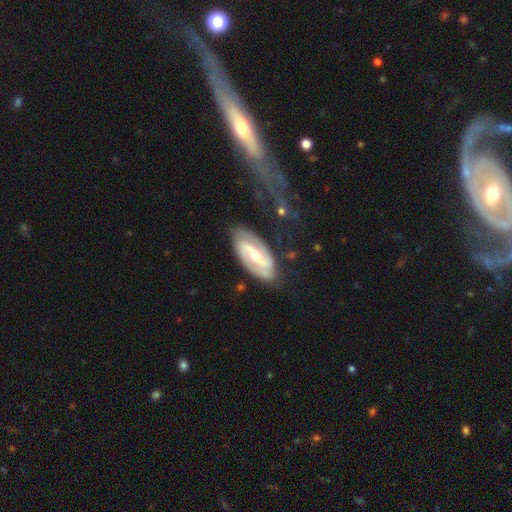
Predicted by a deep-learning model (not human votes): Smooth or featured: featured or disk — 87% (smooth — 9%)
Edge-on disk: no — 95% (yes — 5%)
Bar: strong — 57% (weak — 29%)
Spiral arms: yes — 95% (no — 5%)
Spiral winding: medium — 43% (tight — 34%)
Spiral arm count: 2 — 91% (can't tell — 4%)
Bulge size: moderate — 54% (small — 42%)
Merging: none — 78% (minor disturbance — 14%)